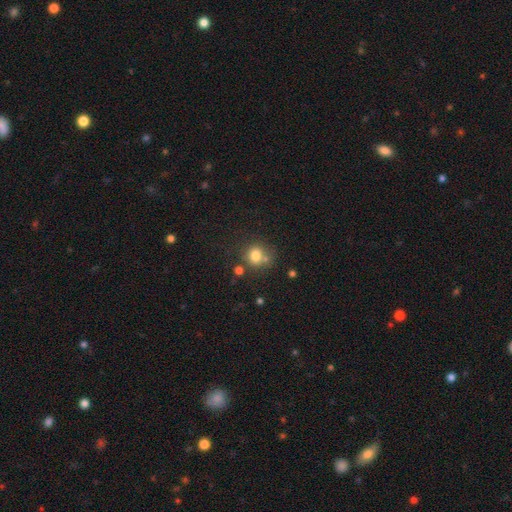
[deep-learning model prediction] Smooth or featured? Predicted: smooth (p=0.78). How rounded? Predicted: round (p=0.81). Merging? Predicted: none (p=0.59).